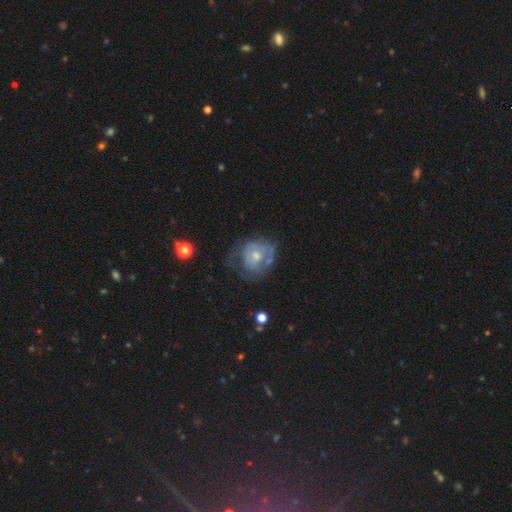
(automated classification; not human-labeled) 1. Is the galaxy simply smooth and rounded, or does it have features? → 53% featured or disk, 38% smooth, 8% star or artifact.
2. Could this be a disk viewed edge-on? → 97% no, 3% yes.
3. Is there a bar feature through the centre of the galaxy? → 83% no, 14% weak, 2% strong.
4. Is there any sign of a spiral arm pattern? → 60% no, 40% yes.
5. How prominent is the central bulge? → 52% moderate, 40% small, 4% large, 3% none, 1% dominant.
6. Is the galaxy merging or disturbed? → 36% none, 31% major disturbance, 28% minor disturbance, 6% merger.